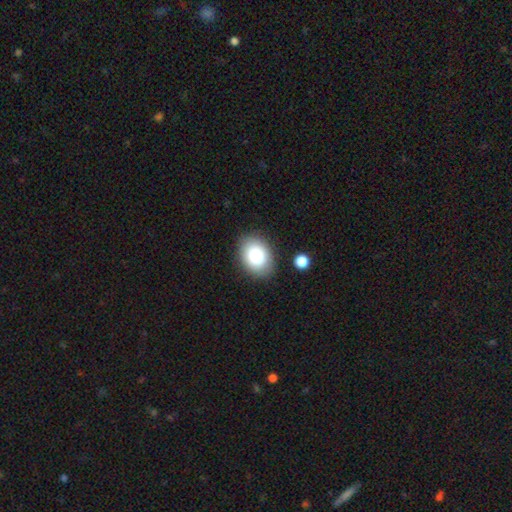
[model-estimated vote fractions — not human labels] smooth-or-featured: smooth: 84% | star or artifact: 8% | featured or disk: 8%
  how-rounded: in between: 73% | round: 26% | cigar-shaped: 1%
  merging: none: 86% | minor disturbance: 9% | major disturbance: 3% | merger: 2%